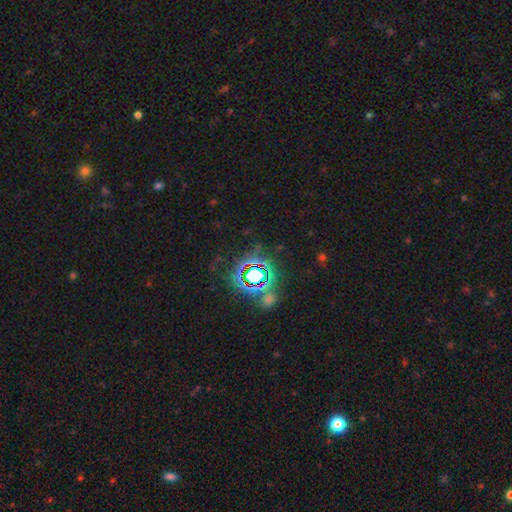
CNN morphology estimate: star or artifact 76%, smooth 14%, featured or disk 10%.